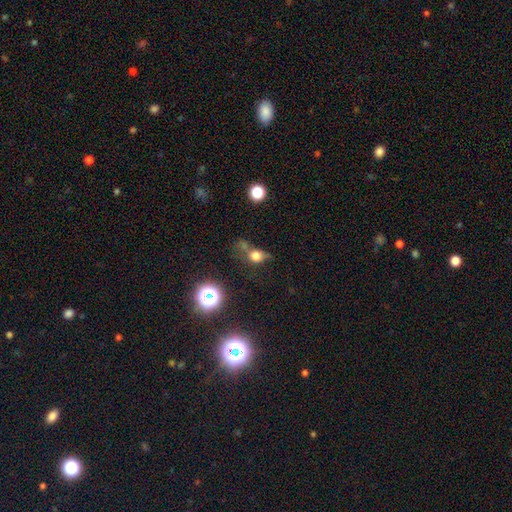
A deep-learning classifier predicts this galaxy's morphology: smooth-or-featured: smooth: 70% | star or artifact: 17% | featured or disk: 12%
  how-rounded: round: 62% | in between: 35% | cigar-shaped: 3%
  merging: none: 37% | minor disturbance: 22% | merger: 21% | major disturbance: 20%